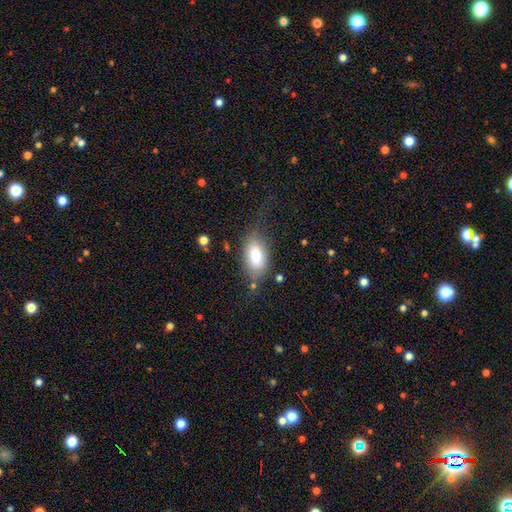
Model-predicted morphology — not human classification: Smooth or featured: smooth — 78% (featured or disk — 15%)
How rounded: in between — 91% (round — 4%)
Merging: none — 62% (minor disturbance — 22%)